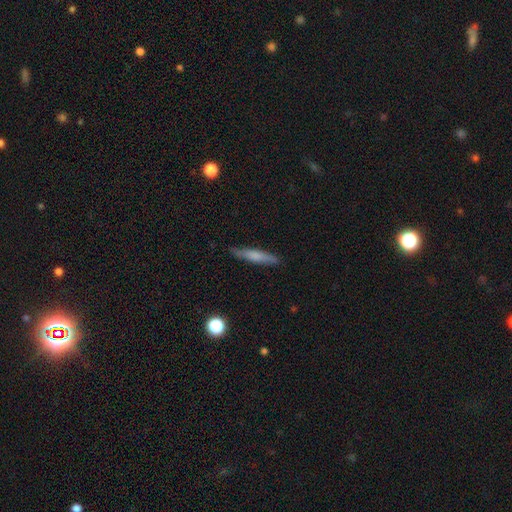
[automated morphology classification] A smooth galaxy with no disk features (61%) that is cigar-shaped (88%). Merging: none (83%).